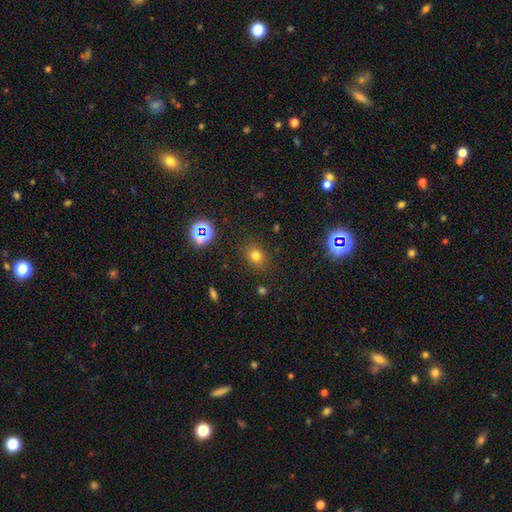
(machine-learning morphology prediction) smooth_or_featured: smooth (p=0.73) [alt: star or artifact p=0.19]
how_rounded: round (p=0.59) [alt: in between p=0.40]
merging: none (p=0.84) [alt: minor disturbance p=0.11]